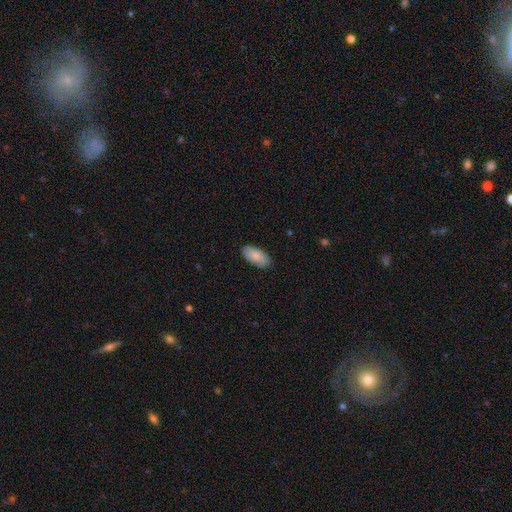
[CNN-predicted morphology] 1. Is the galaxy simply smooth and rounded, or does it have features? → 85% smooth, 10% featured or disk, 6% star or artifact.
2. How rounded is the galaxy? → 93% in between, 5% cigar-shaped, 2% round.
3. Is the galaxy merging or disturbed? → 87% none, 10% minor disturbance, 2% major disturbance, 1% merger.